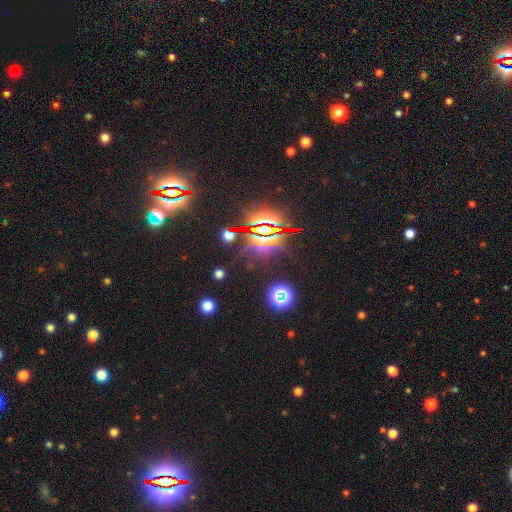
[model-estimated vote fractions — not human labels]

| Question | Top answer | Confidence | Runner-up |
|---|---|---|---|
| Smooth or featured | star or artifact | 84% | smooth (9%) |